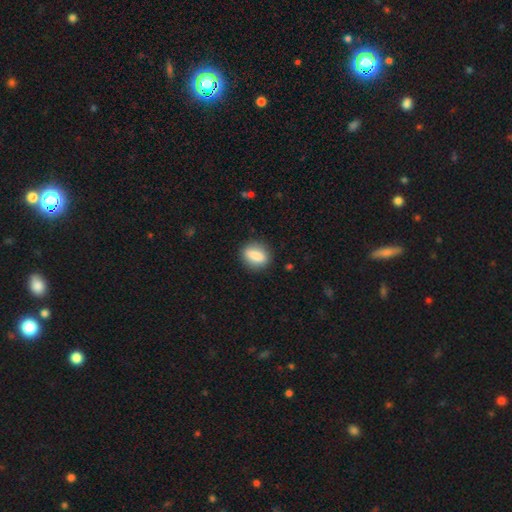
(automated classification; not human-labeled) Smooth or featured? smooth (82%)
How rounded? in between (65%)
Merging? none (85%)